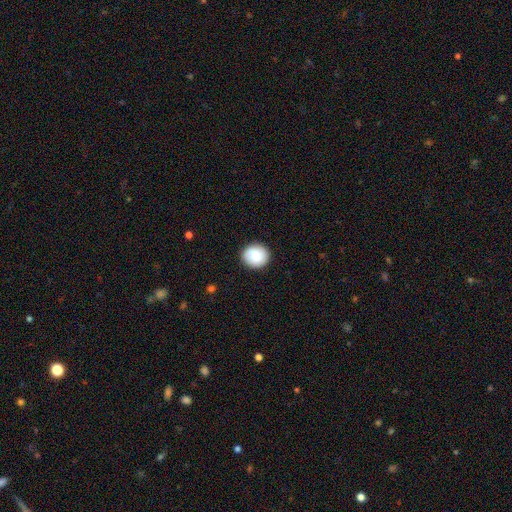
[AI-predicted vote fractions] smooth 79%, featured or disk 14%, star or artifact 7%. Down the decision tree: how rounded — round (86%); merging — none (90%).